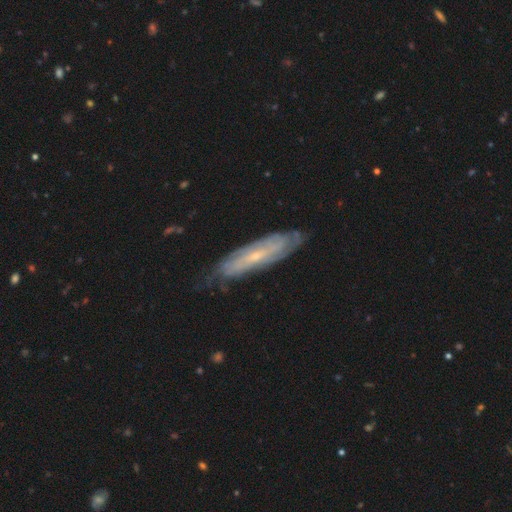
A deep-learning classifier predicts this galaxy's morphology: A featured or disk galaxy (75%) with no bar (56%), spiral arms (88%) and a small central bulge (76%).

Vote fractions:
- Smooth or featured? featured or disk: 75% / smooth: 19% / star or artifact: 6%
- Edge-on disk? no: 71% / yes: 29%
- Bar? no: 56% / weak: 32% / strong: 12%
- Spiral arms? yes: 88% / no: 12%
- Bulge size? small: 76% / moderate: 19% / none: 3% / large: 1% / dominant: 1%
- Merging? none: 74% / minor disturbance: 19% / major disturbance: 5% / merger: 1%